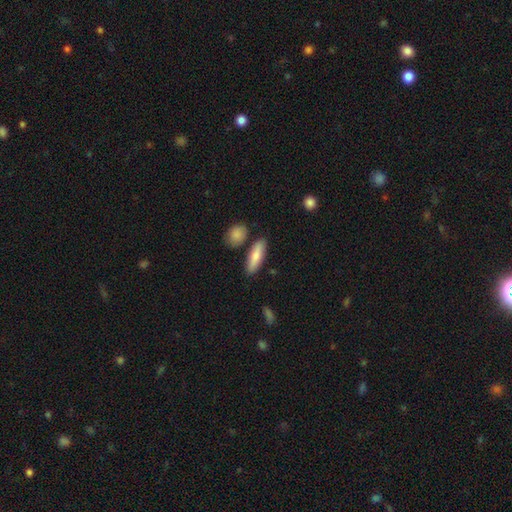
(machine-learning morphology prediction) This appears to be a smooth galaxy with no disk features (75%) that is cigar-shaped (50%). Merging: none (81%).